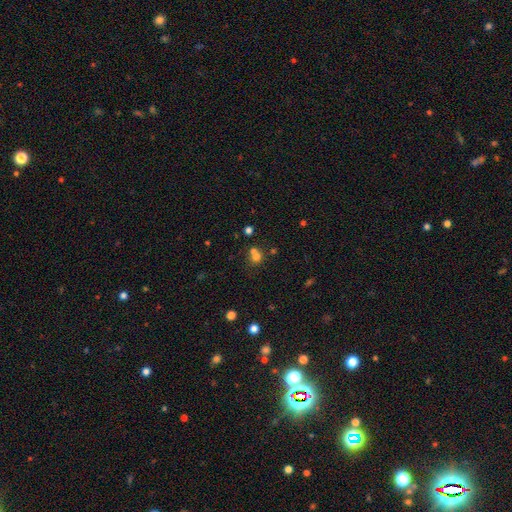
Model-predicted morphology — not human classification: The model was most divided on "merging": merger: 47%, none: 42%, minor disturbance: 7%, major disturbance: 4%. More confident: how rounded — round (81%); smooth or featured — smooth (69%).